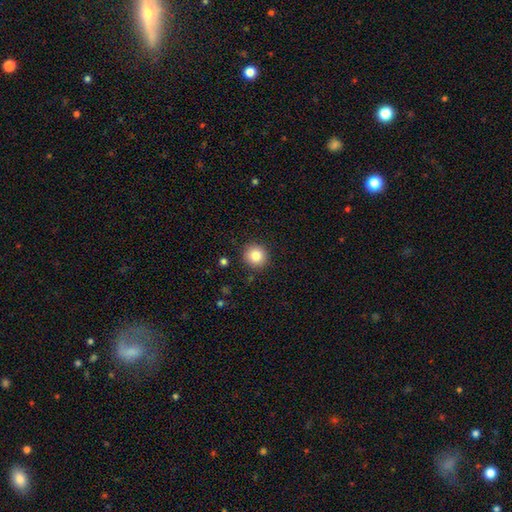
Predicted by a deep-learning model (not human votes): Q: Smooth or featured?
A: smooth (84%); runner-up: star or artifact (9%)
Q: How rounded?
A: round (93%); runner-up: in between (7%)
Q: Merging?
A: none (90%); runner-up: minor disturbance (7%)